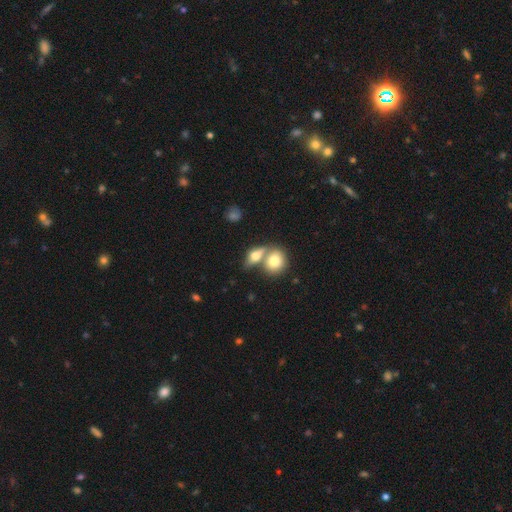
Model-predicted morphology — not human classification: A smooth galaxy with no disk features (70%) that is in between round and cigar-shaped (65%).

Vote fractions:
- Smooth or featured? smooth: 70% / featured or disk: 22% / star or artifact: 8%
- How rounded? in between: 65% / round: 26% / cigar-shaped: 9%
- Merging? merger: 56% / none: 31% / minor disturbance: 9% / major disturbance: 4%